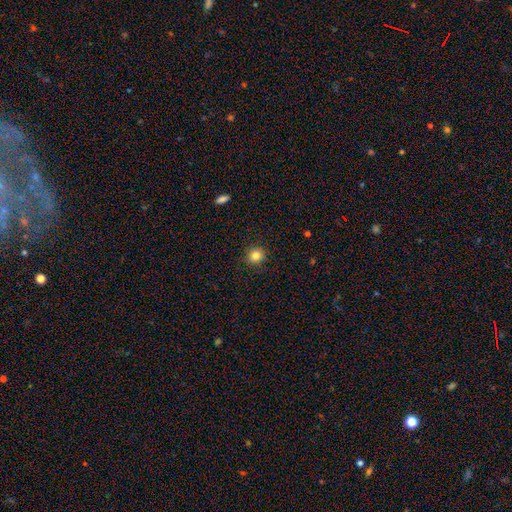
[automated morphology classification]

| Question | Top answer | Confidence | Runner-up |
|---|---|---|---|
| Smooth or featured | smooth | 82% | star or artifact (11%) |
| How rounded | round | 91% | in between (8%) |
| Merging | none | 90% | minor disturbance (7%) |